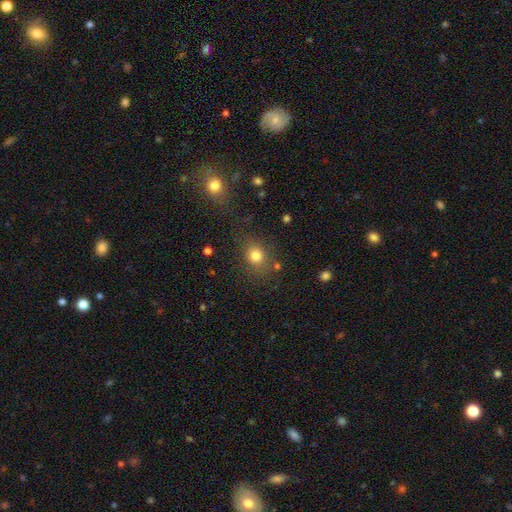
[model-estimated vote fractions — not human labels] Morphology: type=smooth (79%); roundness=round (71%); merging=none (79%).